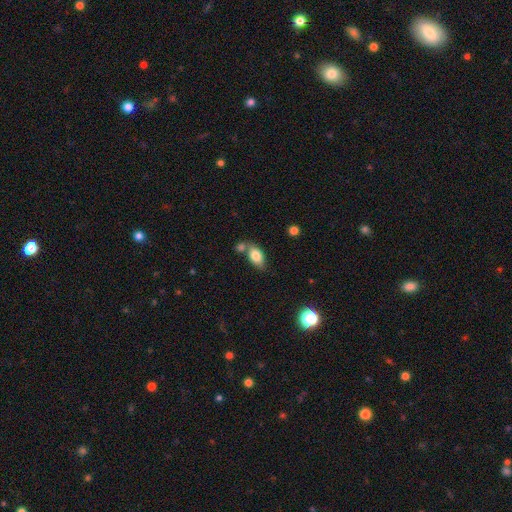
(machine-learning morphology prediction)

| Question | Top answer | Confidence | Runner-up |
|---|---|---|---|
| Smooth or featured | smooth | 79% | featured or disk (13%) |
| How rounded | in between | 88% | round (9%) |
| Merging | none | 55% | merger (25%) |